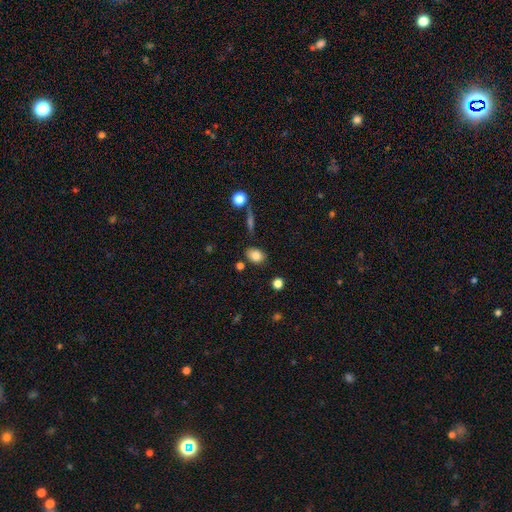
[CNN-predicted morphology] This is clearly a smooth galaxy (84%). How rounded: likely in between (69%). Merging: likely none (79%).